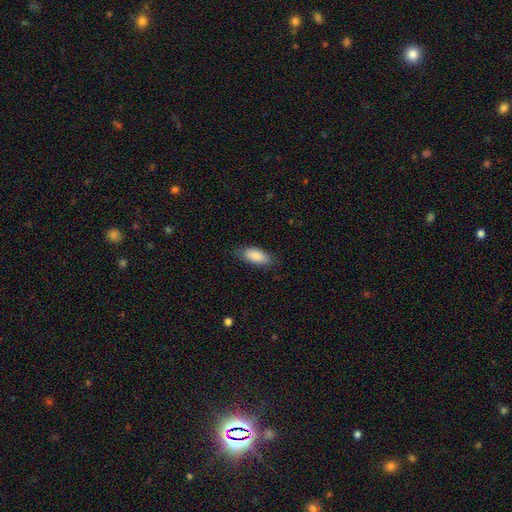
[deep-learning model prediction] Q: Smooth or featured?
A: smooth (88%); runner-up: featured or disk (6%)
Q: How rounded?
A: in between (85%); runner-up: cigar-shaped (13%)
Q: Merging?
A: none (80%); runner-up: minor disturbance (16%)